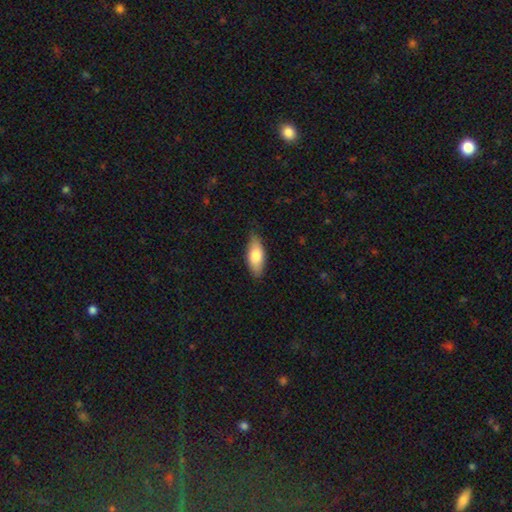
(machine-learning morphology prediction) Smooth or featured: smooth — 77% (featured or disk — 18%)
How rounded: in between — 81% (cigar-shaped — 17%)
Merging: none — 81% (minor disturbance — 15%)